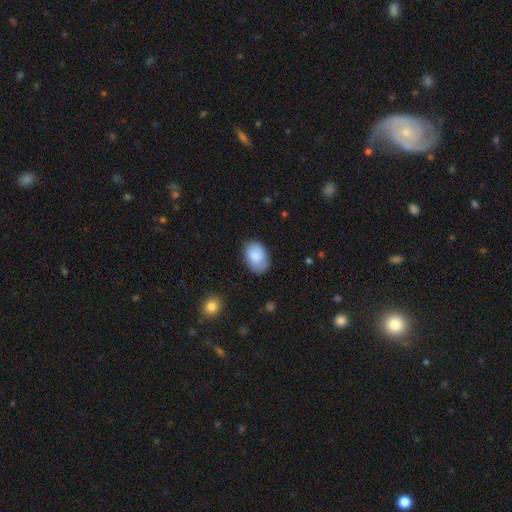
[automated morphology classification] Smooth or featured? Predicted: smooth (p=0.84). How rounded? Predicted: in between (p=0.85). Merging? Predicted: none (p=0.75).